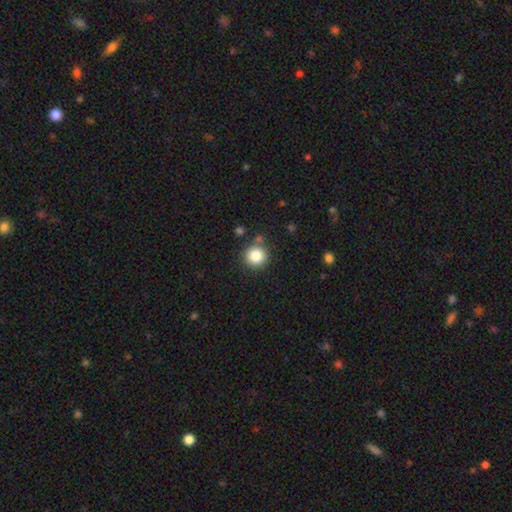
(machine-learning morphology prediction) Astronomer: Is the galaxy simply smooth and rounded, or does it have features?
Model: smooth — 84%.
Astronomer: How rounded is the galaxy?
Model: round — 94%.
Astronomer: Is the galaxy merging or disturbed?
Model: none — 82%.